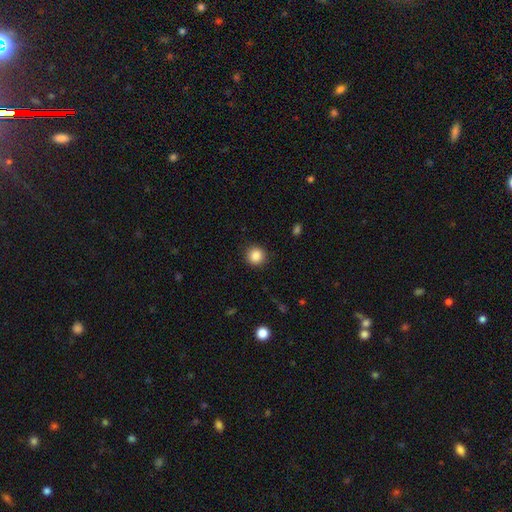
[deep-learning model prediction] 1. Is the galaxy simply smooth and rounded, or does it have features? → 87% smooth, 10% star or artifact, 3% featured or disk.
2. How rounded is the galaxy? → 93% round, 6% in between, 1% cigar-shaped.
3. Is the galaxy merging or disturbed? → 91% none, 6% minor disturbance, 2% major disturbance, 1% merger.